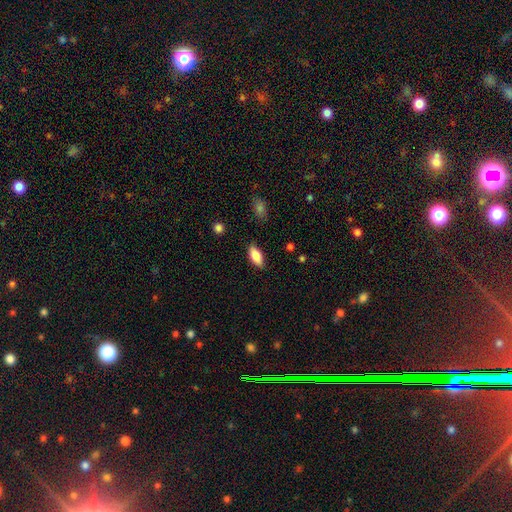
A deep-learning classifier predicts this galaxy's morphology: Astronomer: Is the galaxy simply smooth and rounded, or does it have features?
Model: smooth — 82%.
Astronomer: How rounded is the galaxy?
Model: in between — 84%.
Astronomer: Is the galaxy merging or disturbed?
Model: none — 87%.